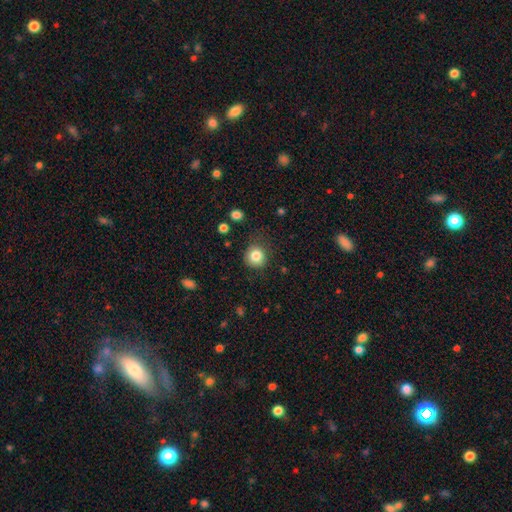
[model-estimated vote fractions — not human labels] This is clearly a smooth galaxy (83%). How rounded: clearly round (88%). Merging: likely none (78%).